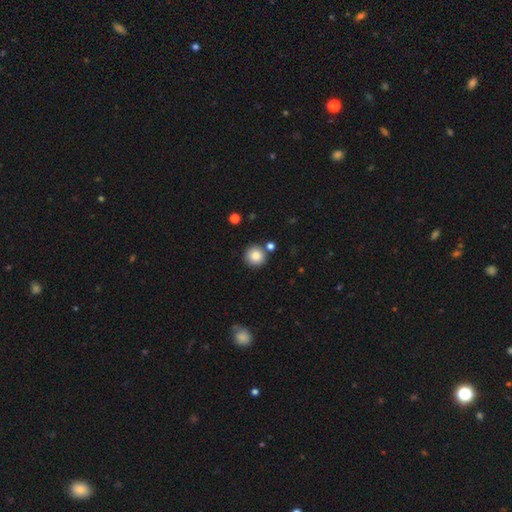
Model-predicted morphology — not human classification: smooth_or_featured: smooth (p=0.84) [alt: star or artifact p=0.10]
how_rounded: round (p=0.94) [alt: in between p=0.05]
merging: none (p=0.82) [alt: merger p=0.08]